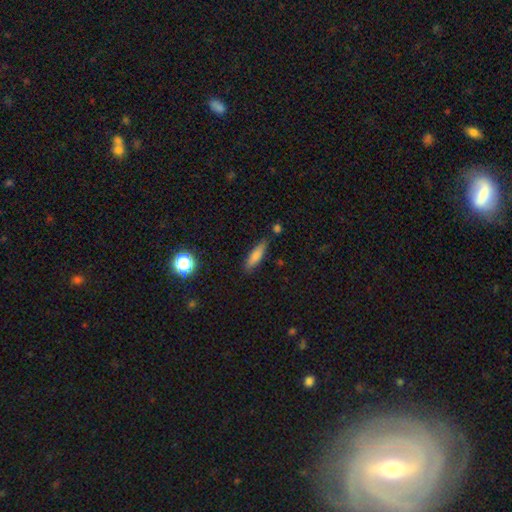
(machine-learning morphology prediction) This appears to be a smooth galaxy with no disk features (79%) that is cigar-shaped (66%). Merging: none (79%).